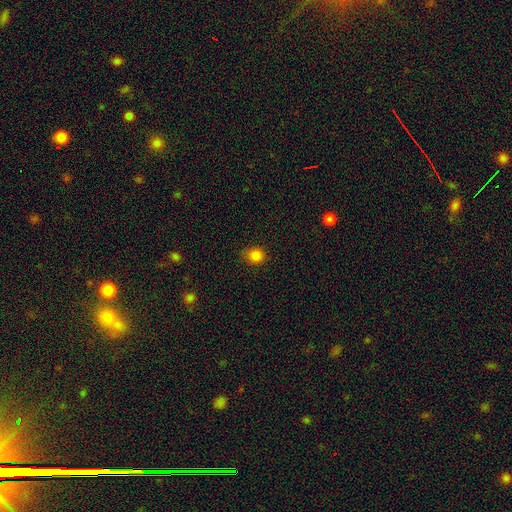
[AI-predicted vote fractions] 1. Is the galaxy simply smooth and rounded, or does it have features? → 83% smooth, 13% star or artifact, 4% featured or disk.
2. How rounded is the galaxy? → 77% round, 22% in between, 1% cigar-shaped.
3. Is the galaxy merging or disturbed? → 83% none, 13% minor disturbance, 3% major disturbance, 1% merger.